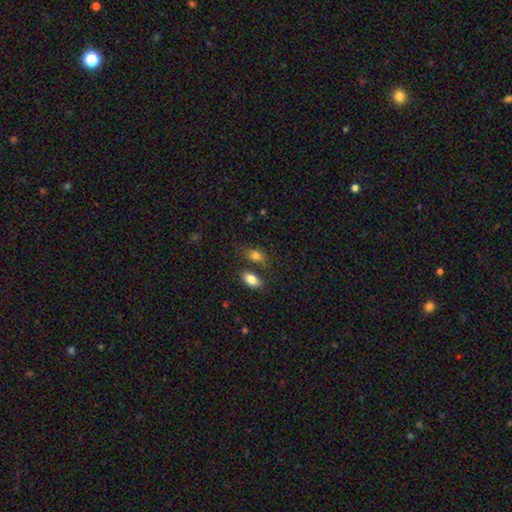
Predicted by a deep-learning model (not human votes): Overall: smooth (82%). How rounded: in between (83%). Merging: none (56%; merger 22%).